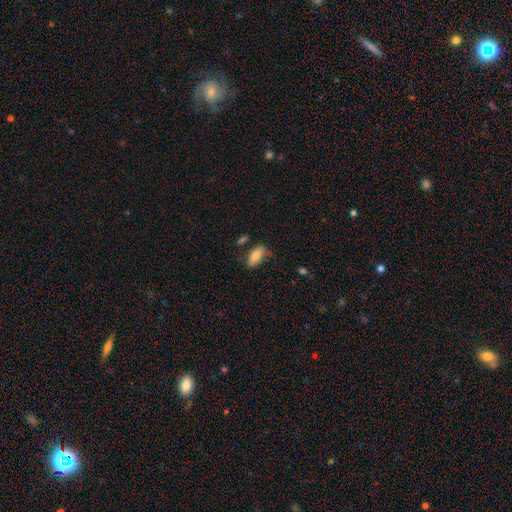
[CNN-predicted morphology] Smooth or featured?
  - smooth: 74% *
  - featured or disk: 19%
  - star or artifact: 7%
How rounded?
  - in between: 83% *
  - cigar-shaped: 14%
  - round: 3%
Merging?
  - none: 61% *
  - minor disturbance: 26%
  - major disturbance: 8%
  - merger: 5%